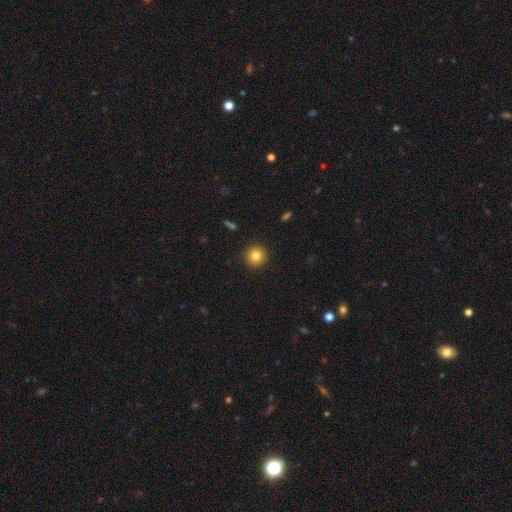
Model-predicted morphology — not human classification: This appears to be a smooth galaxy with no disk features (83%) that is round (94%). Merging: none (92%).